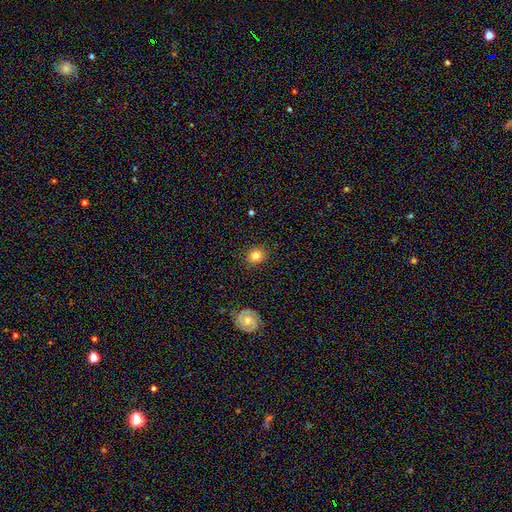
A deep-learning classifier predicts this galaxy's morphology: The model was most divided on "how rounded": round: 80%, in between: 19%, cigar-shaped: 1%. More confident: merging — none (88%); smooth or featured — smooth (79%).